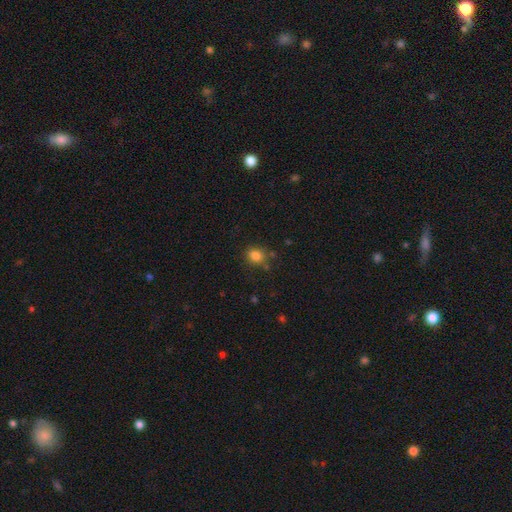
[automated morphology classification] Smooth or featured? smooth (82%)
How rounded? round (73%)
Merging? none (77%)